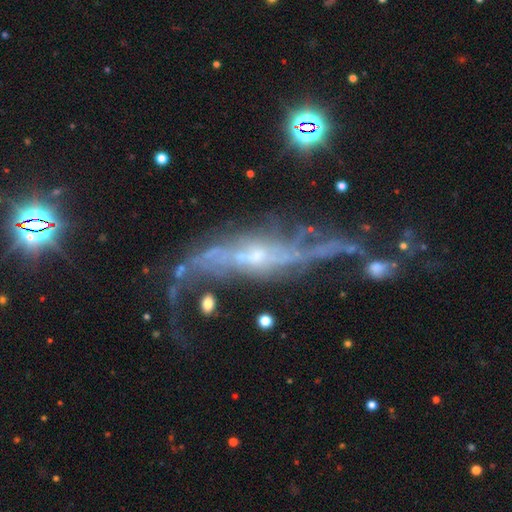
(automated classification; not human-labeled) Smooth or featured? Predicted: featured or disk (p=0.81). Edge-on disk? Predicted: no (p=0.58). Merging? Predicted: none (p=0.38).